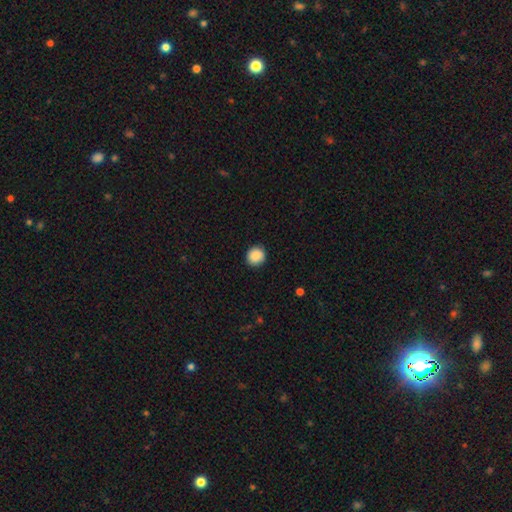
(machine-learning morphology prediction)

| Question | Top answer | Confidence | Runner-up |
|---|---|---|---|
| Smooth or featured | smooth | 89% | star or artifact (8%) |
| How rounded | round | 90% | in between (9%) |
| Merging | none | 91% | minor disturbance (7%) |